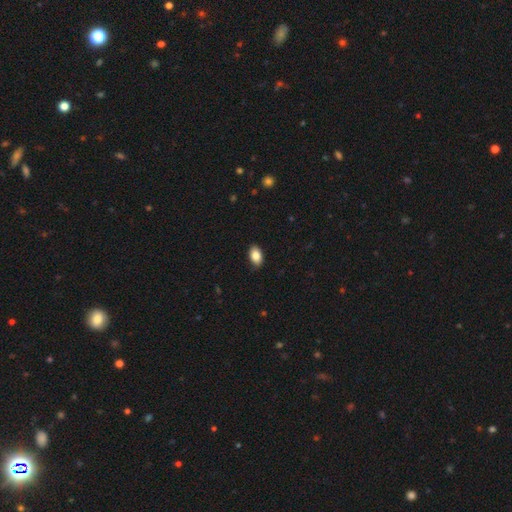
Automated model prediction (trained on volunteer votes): smooth-or-featured: smooth: 85% | featured or disk: 8% | star or artifact: 7%
  how-rounded: in between: 90% | round: 8% | cigar-shaped: 2%
  merging: none: 87% | minor disturbance: 10% | major disturbance: 2% | merger: 1%